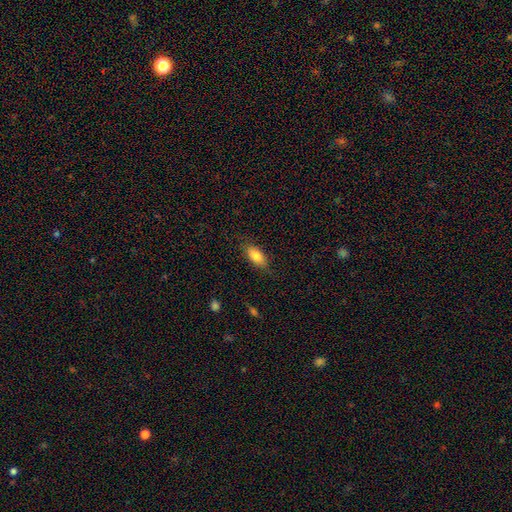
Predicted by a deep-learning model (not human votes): Smooth or featured? smooth (83%)
How rounded? in between (84%)
Merging? none (81%)